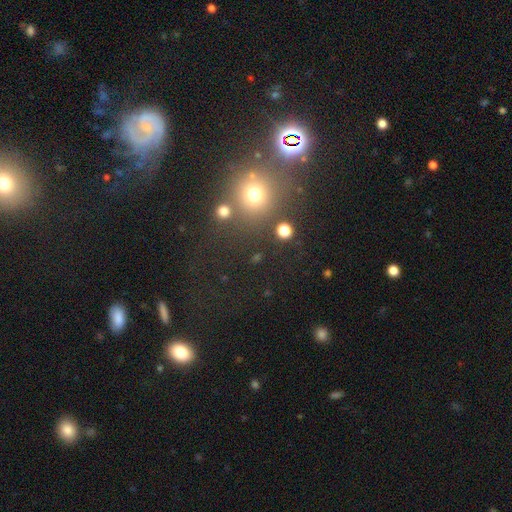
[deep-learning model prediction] Morphology: type=star or artifact (49%).